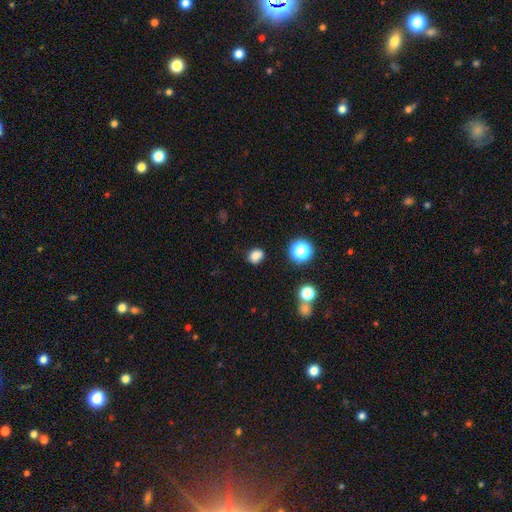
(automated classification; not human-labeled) Q: Smooth or featured?
A: smooth (81%); runner-up: star or artifact (14%)
Q: How rounded?
A: round (61%); runner-up: in between (38%)
Q: Merging?
A: none (83%); runner-up: minor disturbance (11%)